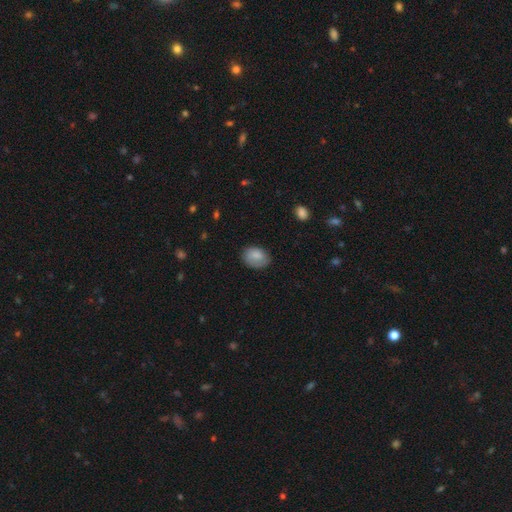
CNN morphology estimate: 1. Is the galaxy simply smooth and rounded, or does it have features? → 84% smooth, 9% featured or disk, 7% star or artifact.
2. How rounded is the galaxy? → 74% in between, 25% round, 1% cigar-shaped.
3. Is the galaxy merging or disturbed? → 71% none, 22% minor disturbance, 5% major disturbance, 1% merger.